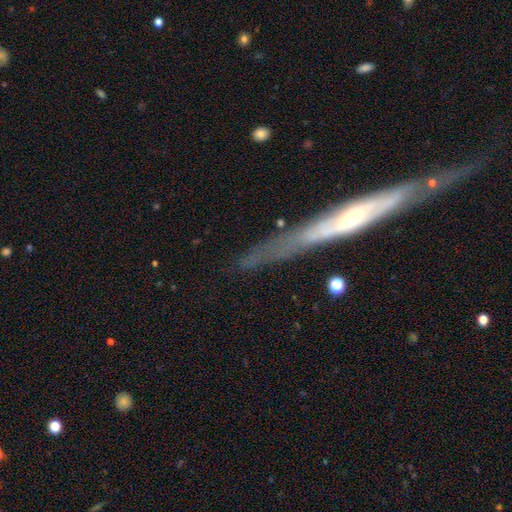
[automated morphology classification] A featured or disk galaxy (67%) viewed edge-on (81%) with no central bulge (49%).

Vote fractions:
- Smooth or featured? featured or disk: 67% / smooth: 25% / star or artifact: 8%
- Edge-on disk? yes: 81% / no: 19%
- Edge-on bulge? none: 49% / rounded: 41% / boxy: 10%
- Merging? none: 75% / minor disturbance: 17% / major disturbance: 6% / merger: 3%